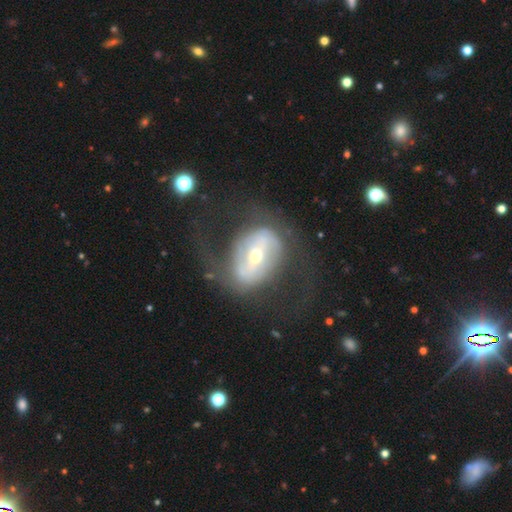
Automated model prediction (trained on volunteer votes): featured or disk 76%, smooth 17%, star or artifact 7%. Down the decision tree: edge-on disk — no (94%); bar — strong (52%); spiral arms — yes (64%); bulge size — moderate (49%); merging — none (55%).